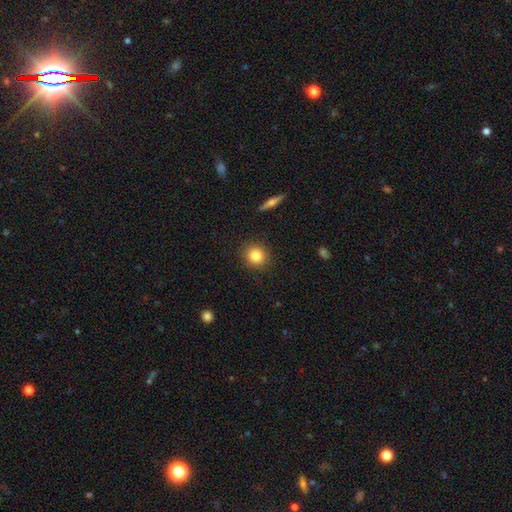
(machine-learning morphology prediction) Smooth or featured? Predicted: smooth (p=0.82). How rounded? Predicted: round (p=0.87). Merging? Predicted: none (p=0.90).